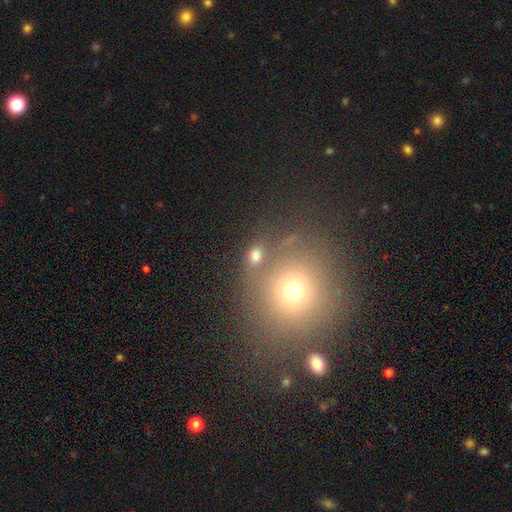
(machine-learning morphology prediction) Q: Smooth or featured?
A: smooth (71%); runner-up: star or artifact (19%)
Q: How rounded?
A: round (53%); runner-up: in between (45%)
Q: Merging?
A: none (63%); runner-up: merger (20%)